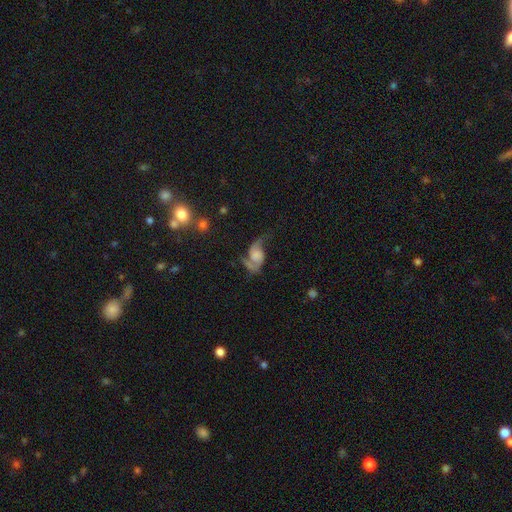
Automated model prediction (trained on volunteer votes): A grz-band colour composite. It shows a featured or disk galaxy (76%) with no bar (67%), 2 (86%) loose (62%) spiral arms (92%) and no central bulge (33%). Merging: none (42%).